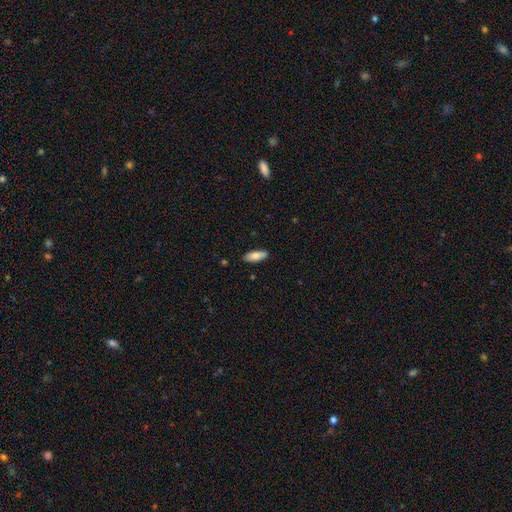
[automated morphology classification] smooth_or_featured: smooth (p=0.79) [alt: featured or disk p=0.15]
how_rounded: in between (p=0.72) [alt: cigar-shaped p=0.26]
merging: none (p=0.88) [alt: minor disturbance p=0.09]